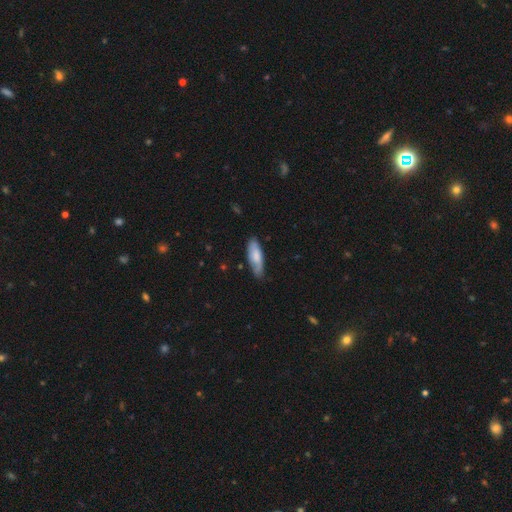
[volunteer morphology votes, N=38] Smooth or featured?
  - smooth: 63% *
  - featured or disk: 34%
  - star or artifact: 3%
How rounded?
  - in between: 54% *
  - cigar-shaped: 46%
  - round: 0%
Merging?
  - none: 70% *
  - minor disturbance: 19%
  - major disturbance: 8%
  - merger: 3%